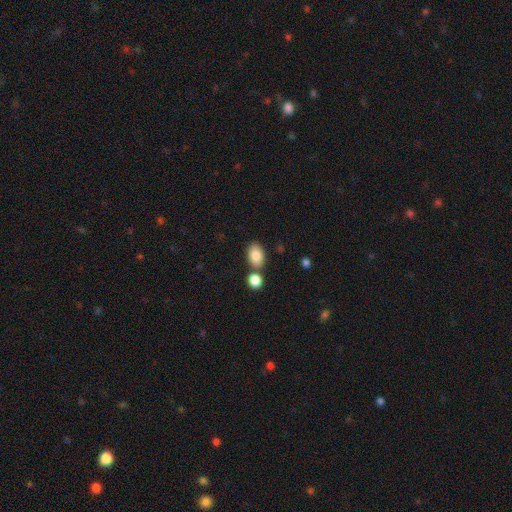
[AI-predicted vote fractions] Overall: smooth (84%). How rounded: in between (83%). Merging: none (67%).